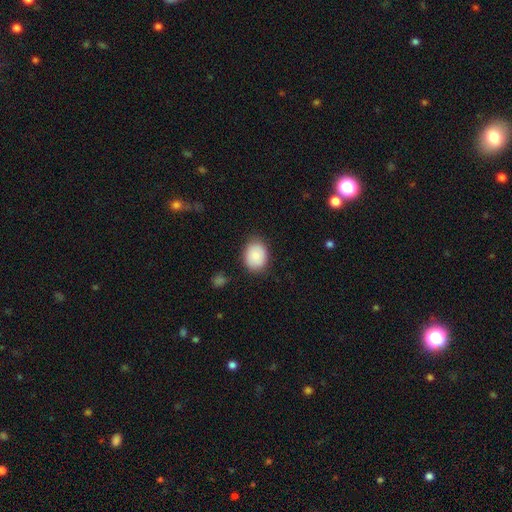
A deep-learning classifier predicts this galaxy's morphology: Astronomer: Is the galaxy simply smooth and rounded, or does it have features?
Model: smooth — 83%.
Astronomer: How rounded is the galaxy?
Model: in between — 59% (runner-up: round, 41%).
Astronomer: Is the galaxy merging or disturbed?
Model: none — 82%.